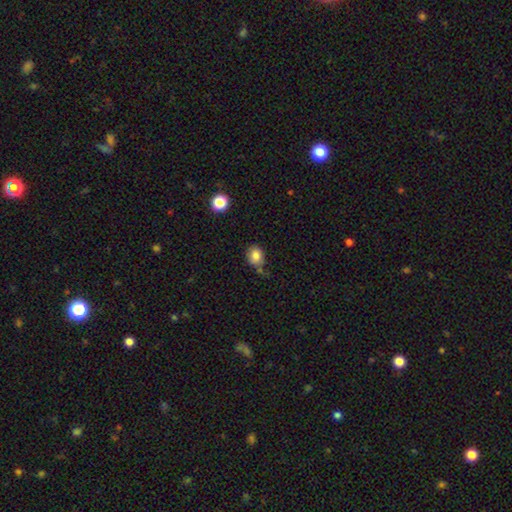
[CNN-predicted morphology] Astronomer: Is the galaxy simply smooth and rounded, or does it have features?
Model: smooth — 83%.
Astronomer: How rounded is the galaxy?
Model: round — 62% (runner-up: in between, 37%).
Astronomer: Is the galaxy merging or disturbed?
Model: none — 65%.